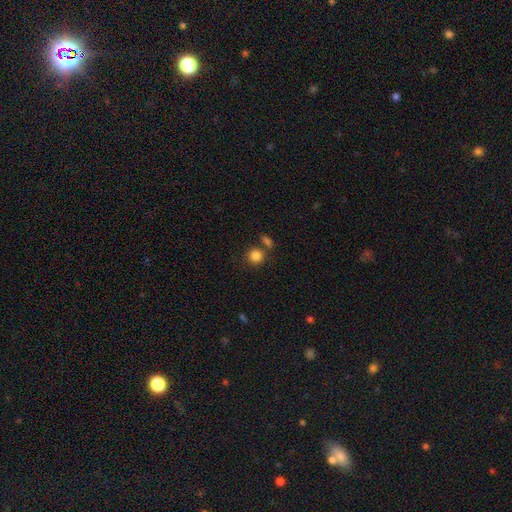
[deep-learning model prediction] This appears to be a smooth galaxy with no disk features (84%) that is round (87%). Merging: none (70%).